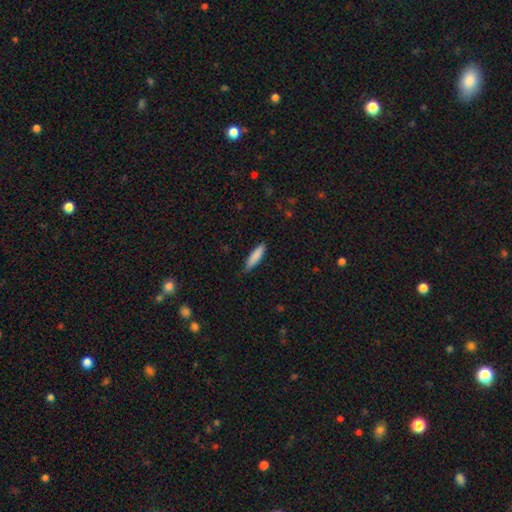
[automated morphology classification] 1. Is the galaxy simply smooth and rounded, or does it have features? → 86% smooth, 8% featured or disk, 6% star or artifact.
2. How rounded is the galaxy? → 70% cigar-shaped, 28% in between, 1% round.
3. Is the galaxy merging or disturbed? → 81% none, 16% minor disturbance, 2% major disturbance, 1% merger.